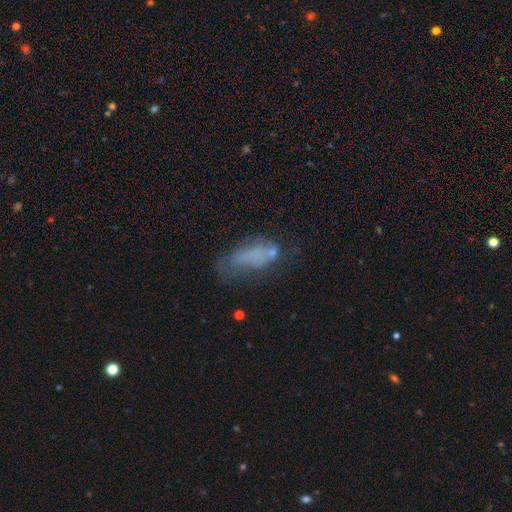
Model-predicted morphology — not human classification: smooth-or-featured: smooth: 56% | featured or disk: 30% | star or artifact: 14%
  how-rounded: in between: 78% | cigar-shaped: 18% | round: 4%
  merging: none: 35% | major disturbance: 29% | minor disturbance: 26% | merger: 10%